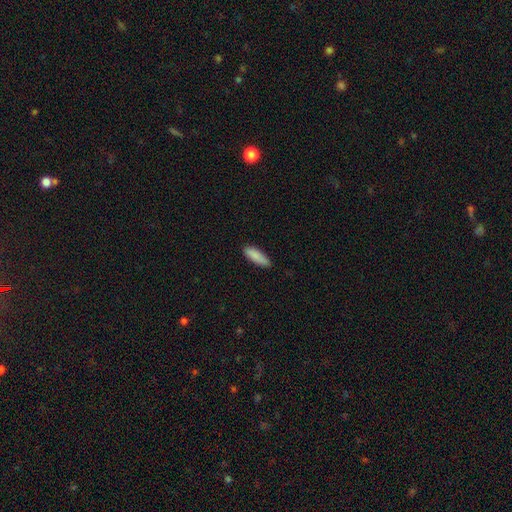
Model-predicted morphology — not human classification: Smooth or featured?
  - smooth: 88% *
  - featured or disk: 6%
  - star or artifact: 6%
How rounded?
  - cigar-shaped: 50% *
  - in between: 48%
  - round: 2%
Merging?
  - none: 86% *
  - minor disturbance: 11%
  - major disturbance: 2%
  - merger: 1%